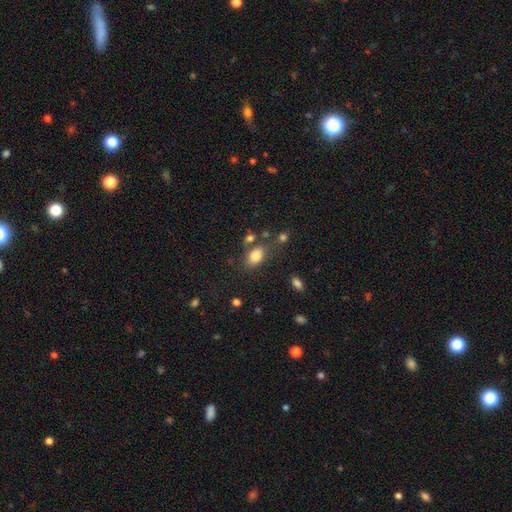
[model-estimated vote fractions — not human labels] This appears to be a smooth galaxy with no disk features (81%) that is in between round and cigar-shaped (82%). Merging: none (64%).